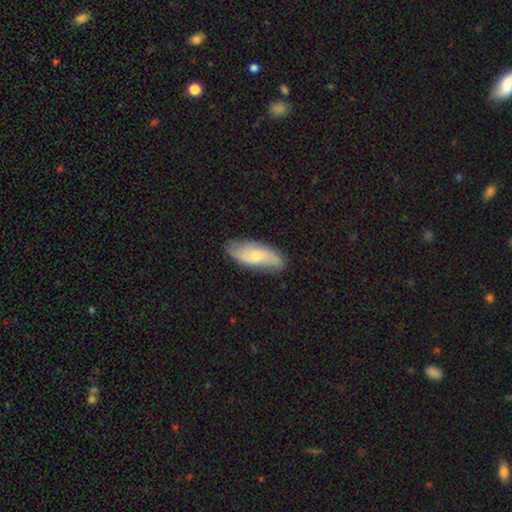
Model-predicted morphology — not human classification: Overall: smooth (54%; featured or disk 40%). How rounded: in between (76%). Merging: none (80%).